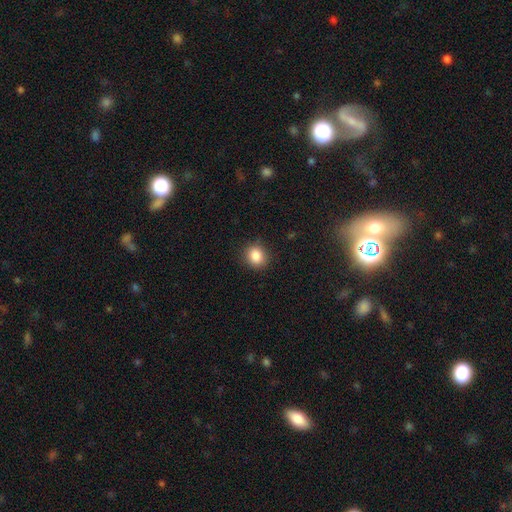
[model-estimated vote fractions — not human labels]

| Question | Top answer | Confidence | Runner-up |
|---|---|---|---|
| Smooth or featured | smooth | 86% | star or artifact (10%) |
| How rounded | round | 73% | in between (26%) |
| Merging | none | 87% | minor disturbance (9%) |